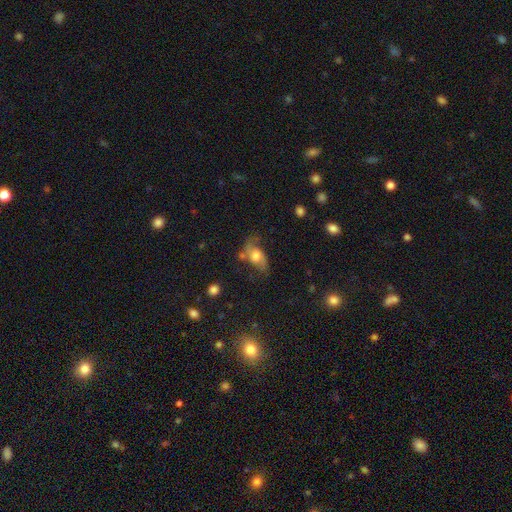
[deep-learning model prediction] Overall: featured or disk (56%; smooth 34%). Edge-on disk: no (93%). Bar: no (70%). Spiral arms: yes (83%). Bulge size: moderate (52%; large 29%). Merging: none (51%; minor disturbance 25%).